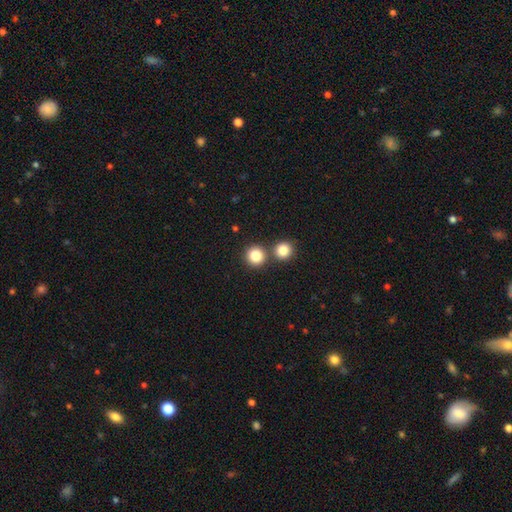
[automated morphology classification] smooth 84%, star or artifact 11%, featured or disk 6%. Down the decision tree: how rounded — round (92%); merging — none (73%).